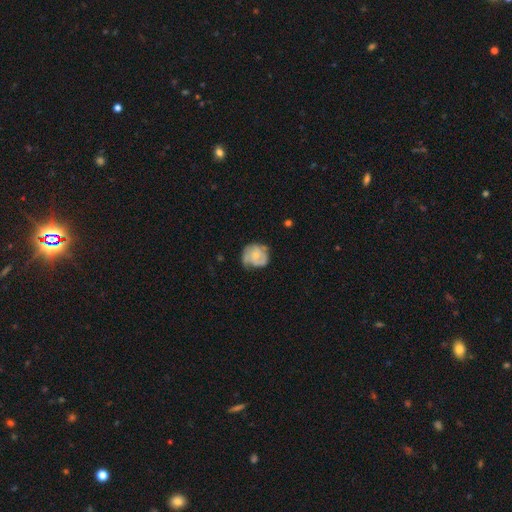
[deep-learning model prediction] Smooth or featured? featured or disk (55%)
Edge-on disk? no (98%)
Bar? no (77%)
Spiral arms? yes (78%)
Bulge size? small (54%)
Merging? none (54%)